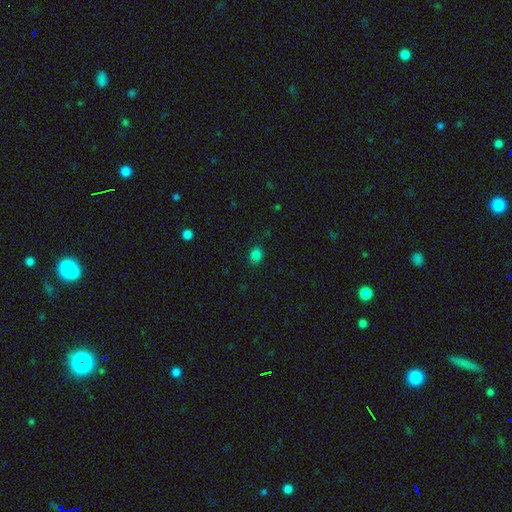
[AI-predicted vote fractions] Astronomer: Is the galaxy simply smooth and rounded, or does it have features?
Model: smooth — 69%.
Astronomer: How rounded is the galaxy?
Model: in between — 50% (runner-up: round, 49%).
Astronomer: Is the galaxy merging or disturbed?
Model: none — 78%.